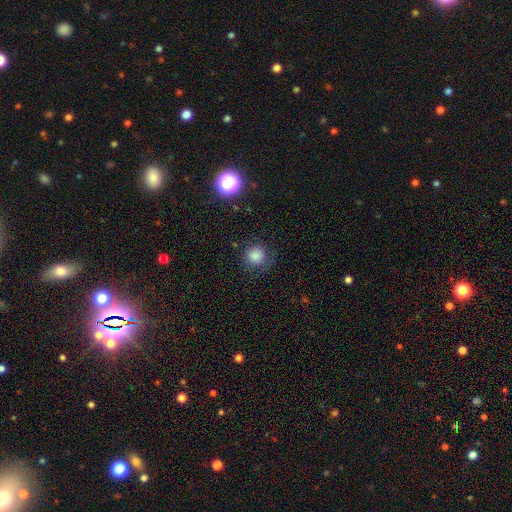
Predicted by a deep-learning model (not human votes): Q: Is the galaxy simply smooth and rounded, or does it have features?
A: smooth — 82%.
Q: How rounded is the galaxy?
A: round — 92%.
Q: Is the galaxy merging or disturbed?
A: none — 80%.